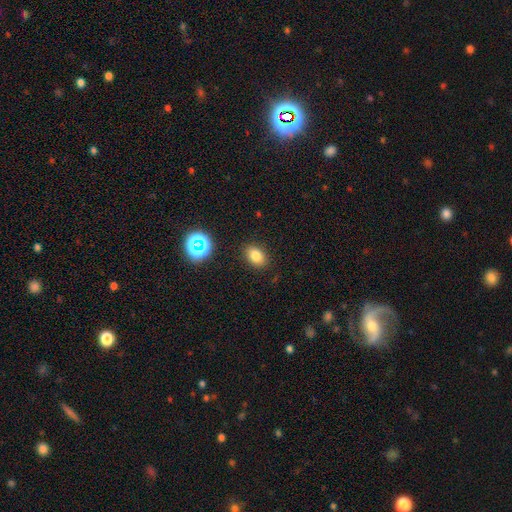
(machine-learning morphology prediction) smooth_or_featured: smooth (p=0.79) [alt: star or artifact p=0.14]
how_rounded: in between (p=0.77) [alt: round p=0.21]
merging: none (p=0.86) [alt: minor disturbance p=0.09]